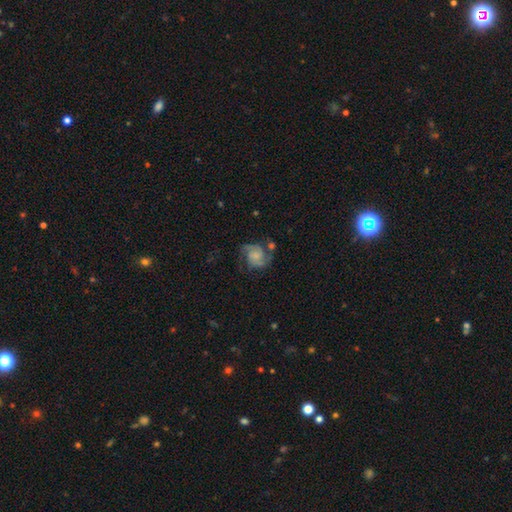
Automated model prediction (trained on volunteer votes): A featured or disk galaxy (73%) with no bar (65%), 2 (69%) medium (49%) spiral arms (93%) and a small central bulge (37%). Merging: none (56%).